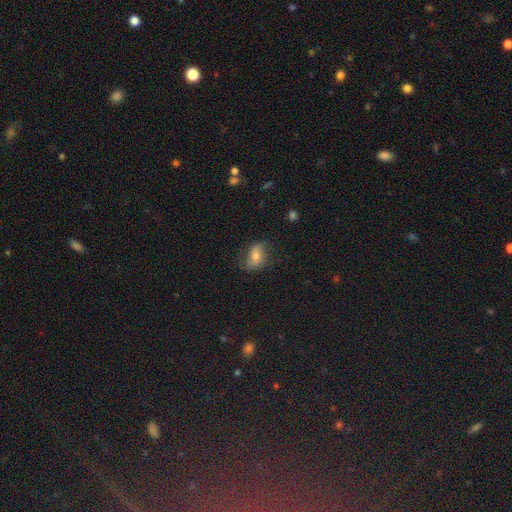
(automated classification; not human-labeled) smooth-or-featured: featured or disk: 50% | smooth: 38% | star or artifact: 11%
  disk-edge-on: no: 92% | yes: 8%
  merging: none: 69% | minor disturbance: 21% | major disturbance: 9% | merger: 1%